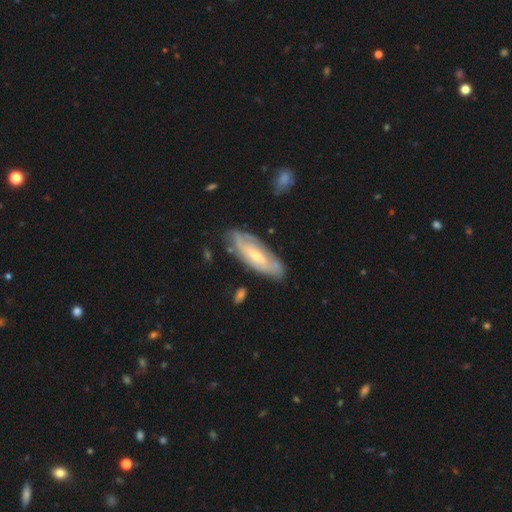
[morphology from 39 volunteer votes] Smooth or featured: featured or disk — 64% (smooth — 28%)
Edge-on disk: no — 88% (yes — 12%)
Bar: weak — 45% (no — 41%)
Spiral arms: yes — 82% (no — 18%)
Spiral winding: tight — 44% (medium — 33%)
Spiral arm count: can't tell — 50% (2 — 39%)
Bulge size: small — 73% (moderate — 23%)
Merging: none — 75% (minor disturbance — 19%)